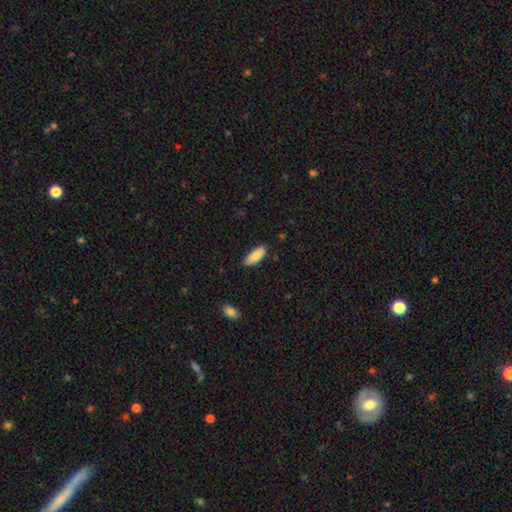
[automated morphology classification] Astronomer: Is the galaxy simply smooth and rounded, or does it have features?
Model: smooth — 85%.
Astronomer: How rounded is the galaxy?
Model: in between — 72%.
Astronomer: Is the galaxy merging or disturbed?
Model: none — 83%.